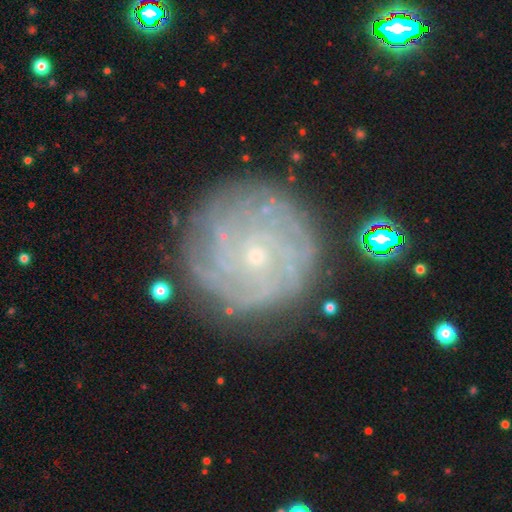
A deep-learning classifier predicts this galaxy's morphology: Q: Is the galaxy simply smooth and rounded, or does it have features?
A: featured or disk — 75%.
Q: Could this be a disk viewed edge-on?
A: no — 97%.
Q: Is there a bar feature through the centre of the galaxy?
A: no — 80%.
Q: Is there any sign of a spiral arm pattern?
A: yes — 90%.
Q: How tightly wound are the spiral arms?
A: tight — 77%.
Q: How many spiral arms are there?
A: can't tell — 42%.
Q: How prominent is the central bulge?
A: small — 82%.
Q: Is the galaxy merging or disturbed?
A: none — 81%.